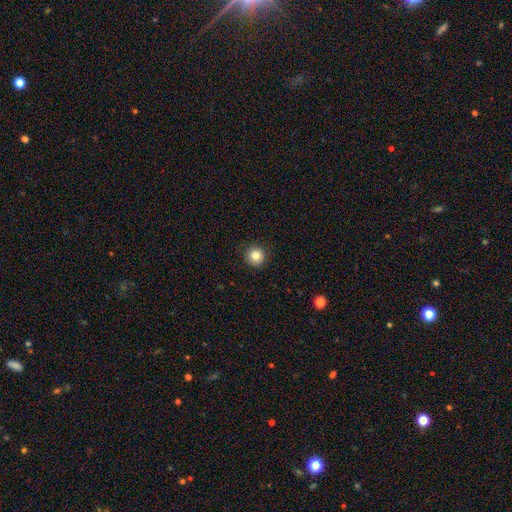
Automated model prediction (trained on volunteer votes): A smooth galaxy with no disk features (84%) that is round (94%).

Vote fractions:
- Smooth or featured? smooth: 84% / star or artifact: 11% / featured or disk: 6%
- How rounded? round: 94% / in between: 5% / cigar-shaped: 1%
- Merging? none: 91% / minor disturbance: 6% / major disturbance: 2% / merger: 1%